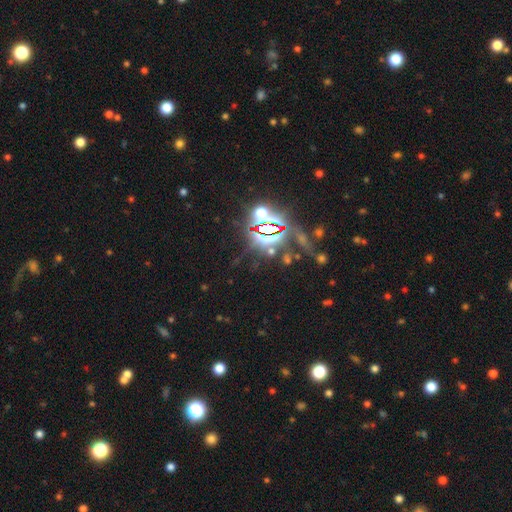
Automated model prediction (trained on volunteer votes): star or artifact 85%, smooth 9%, featured or disk 7%.